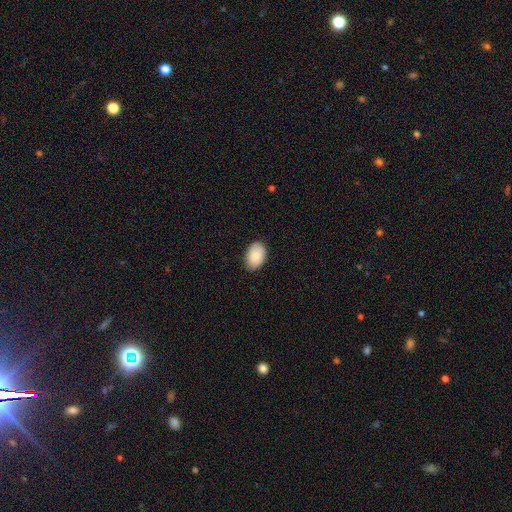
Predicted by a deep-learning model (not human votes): Smooth or featured: smooth — 89% (star or artifact — 6%)
How rounded: in between — 91% (round — 8%)
Merging: none — 85% (minor disturbance — 12%)